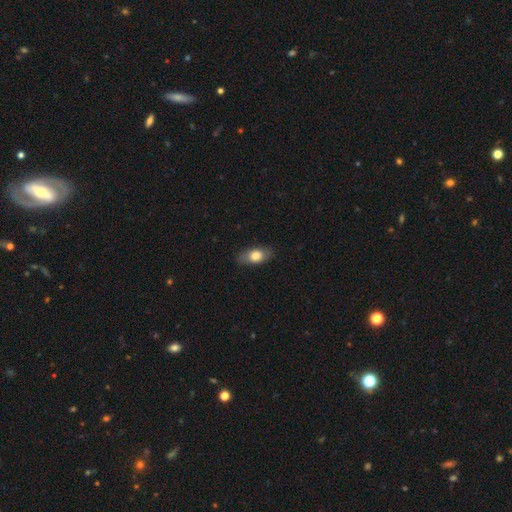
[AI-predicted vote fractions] A smooth galaxy with no disk features (76%) that is in between round and cigar-shaped (85%).

Vote fractions:
- Smooth or featured? smooth: 76% / featured or disk: 17% / star or artifact: 7%
- How rounded? in between: 85% / round: 8% / cigar-shaped: 7%
- Merging? none: 83% / minor disturbance: 13% / major disturbance: 3% / merger: 1%